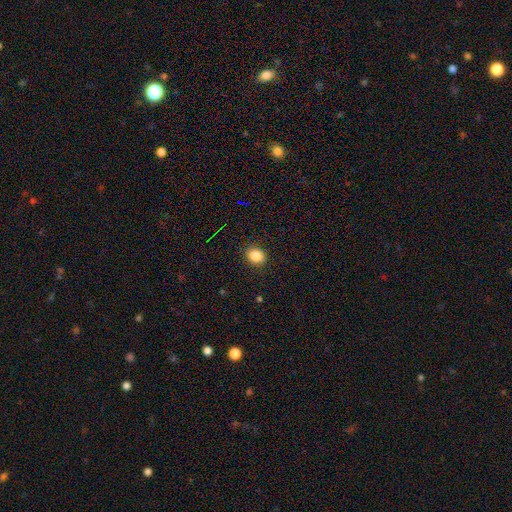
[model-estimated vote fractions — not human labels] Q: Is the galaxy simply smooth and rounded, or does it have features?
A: smooth — 87%.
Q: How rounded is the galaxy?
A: in between — 53%.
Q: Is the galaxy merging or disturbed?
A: none — 90%.